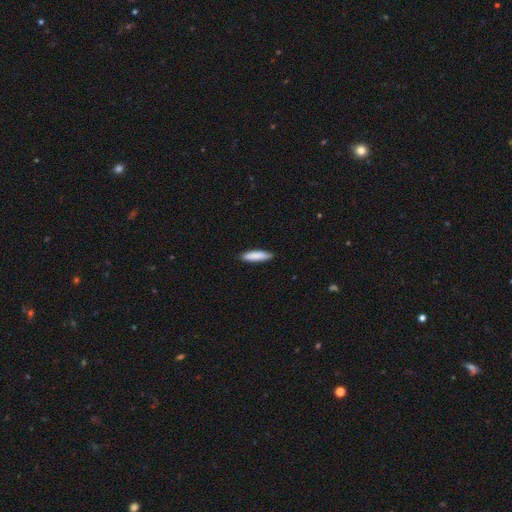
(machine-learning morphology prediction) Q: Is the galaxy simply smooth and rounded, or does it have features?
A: smooth — 87%.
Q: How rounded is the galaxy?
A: cigar-shaped — 75%.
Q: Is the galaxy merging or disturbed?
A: none — 89%.